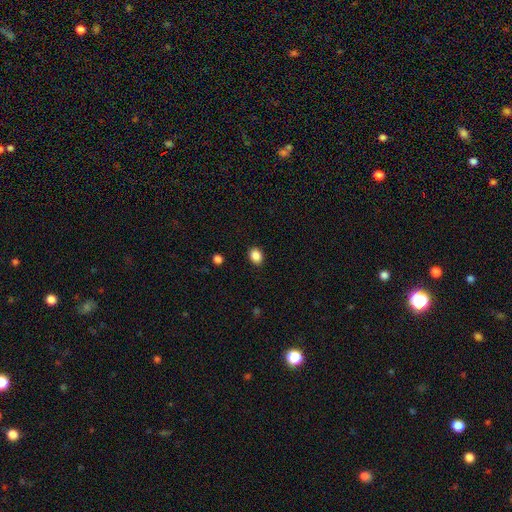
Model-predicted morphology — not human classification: A smooth galaxy with no disk features (88%) that is in between round and cigar-shaped (51%). Merging: none (89%).